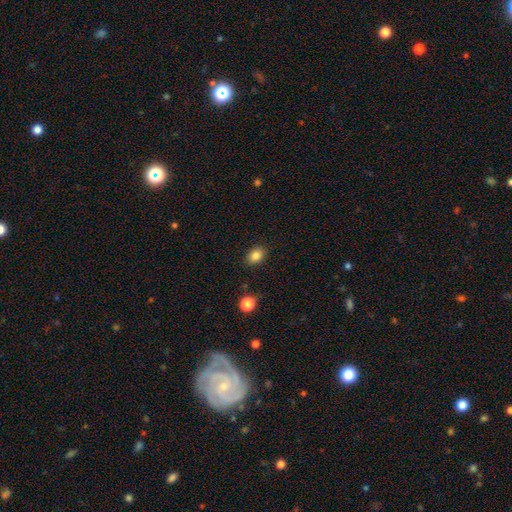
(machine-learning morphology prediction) type=smooth (85%); roundness=in between (71%); merging=none (86%).